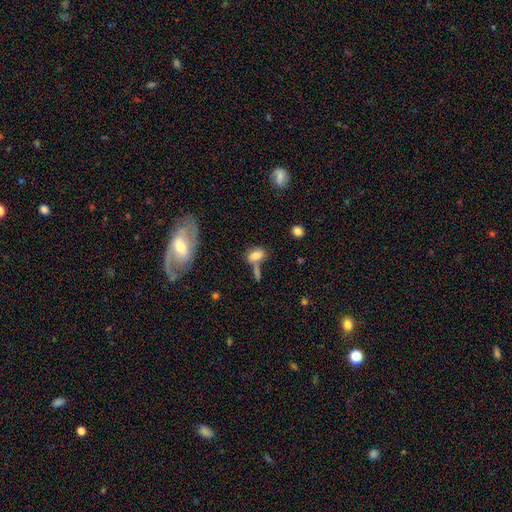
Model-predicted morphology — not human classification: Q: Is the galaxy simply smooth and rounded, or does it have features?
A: smooth — 77%.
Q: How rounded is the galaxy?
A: in between — 86%.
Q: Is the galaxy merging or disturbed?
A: none — 46%.